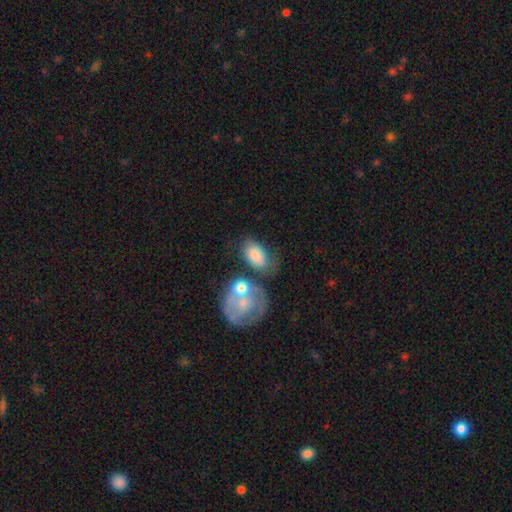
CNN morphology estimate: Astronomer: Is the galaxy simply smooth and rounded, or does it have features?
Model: smooth — 76%.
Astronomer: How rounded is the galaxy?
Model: in between — 88%.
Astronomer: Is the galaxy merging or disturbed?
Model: none — 46% (runner-up: merger, 22%).